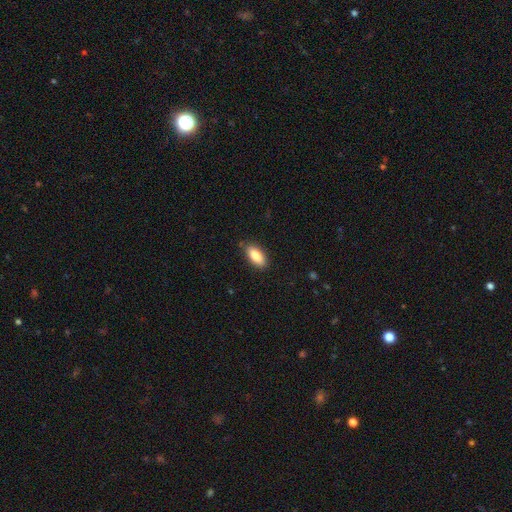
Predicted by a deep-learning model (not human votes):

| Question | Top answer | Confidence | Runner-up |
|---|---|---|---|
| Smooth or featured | smooth | 85% | featured or disk (8%) |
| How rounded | in between | 86% | cigar-shaped (12%) |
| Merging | none | 85% | minor disturbance (11%) |